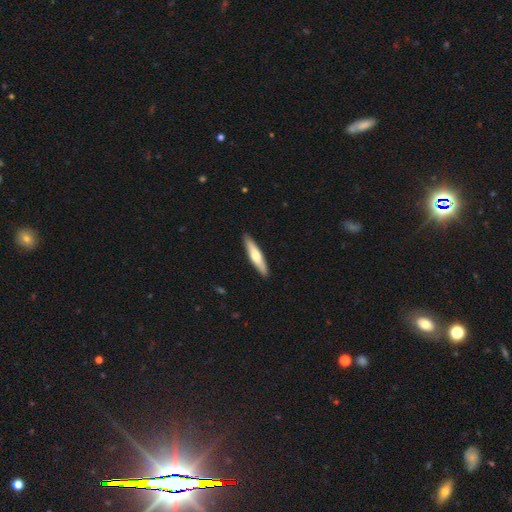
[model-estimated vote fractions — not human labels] A smooth galaxy with no disk features (54%) that is cigar-shaped (87%). Merging: none (91%).